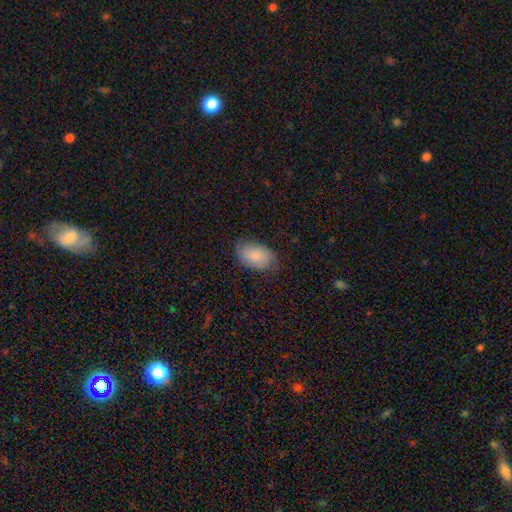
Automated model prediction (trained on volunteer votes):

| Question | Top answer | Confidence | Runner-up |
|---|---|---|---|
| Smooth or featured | smooth | 81% | featured or disk (12%) |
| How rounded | in between | 92% | round (6%) |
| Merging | none | 73% | minor disturbance (21%) |